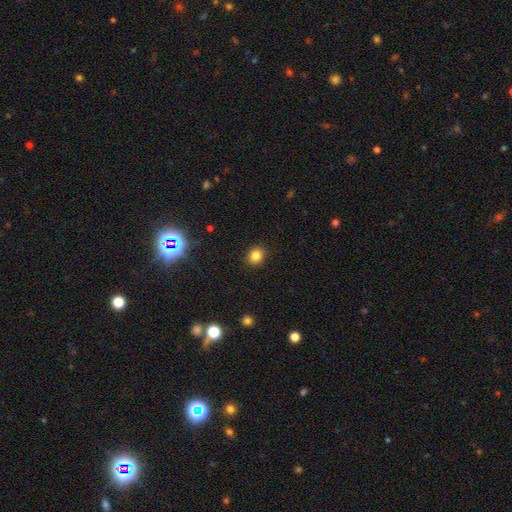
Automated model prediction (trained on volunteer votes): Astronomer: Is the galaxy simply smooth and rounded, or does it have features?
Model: smooth — 82%.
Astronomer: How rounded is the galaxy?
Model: round — 72%.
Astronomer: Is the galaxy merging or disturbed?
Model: none — 90%.